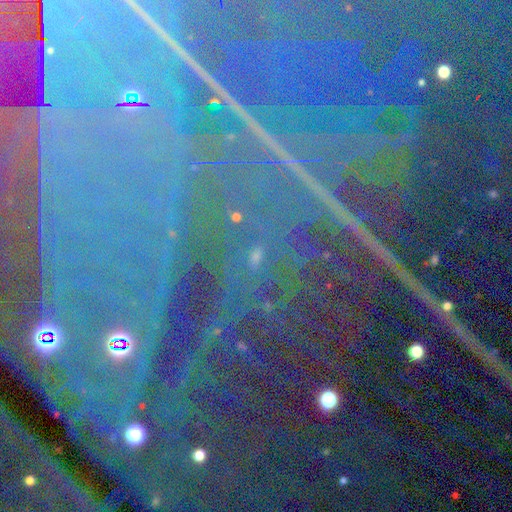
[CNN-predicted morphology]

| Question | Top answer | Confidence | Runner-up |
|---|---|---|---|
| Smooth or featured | star or artifact | 88% | featured or disk (6%) |